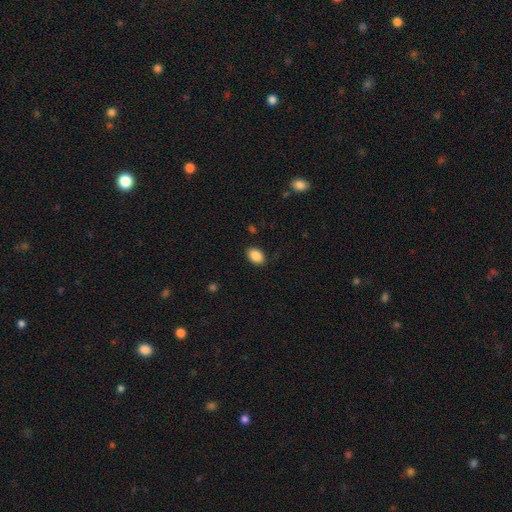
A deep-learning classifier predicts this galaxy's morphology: This appears to be a smooth galaxy with no disk features (89%) that is in between round and cigar-shaped (82%). Merging: none (87%).